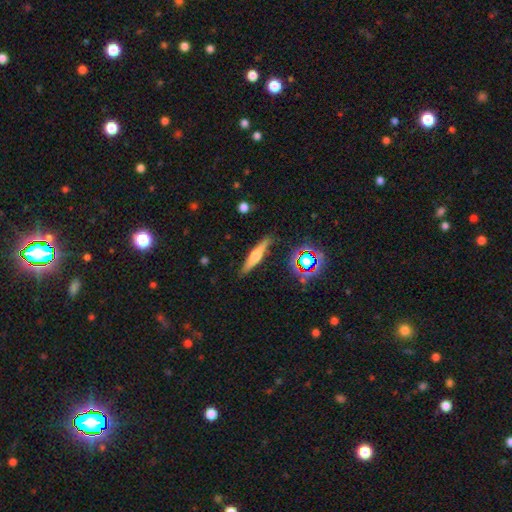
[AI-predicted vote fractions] smooth-or-featured: featured or disk: 47% | smooth: 43% | star or artifact: 10%
  merging: none: 84% | minor disturbance: 11% | major disturbance: 3% | merger: 2%